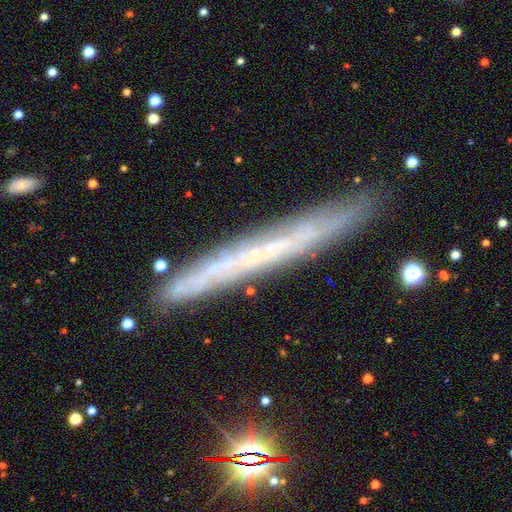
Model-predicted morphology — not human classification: smooth-or-featured: featured or disk: 59% | smooth: 29% | star or artifact: 12%
  disk-edge-on: yes: 89% | no: 11%
    edge-on-bulge: none: 87% | rounded: 9% | boxy: 3%
  merging: none: 87% | minor disturbance: 10% | major disturbance: 2% | merger: 2%